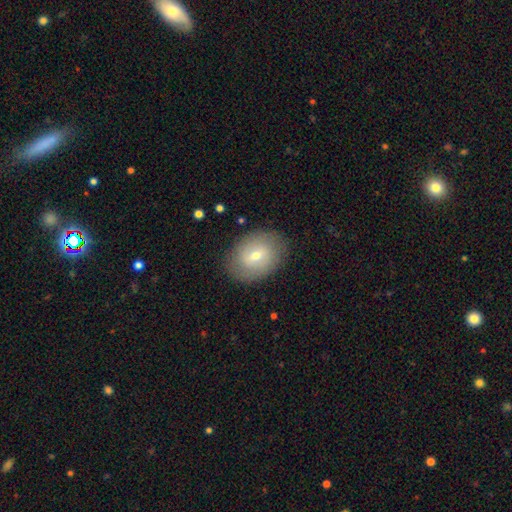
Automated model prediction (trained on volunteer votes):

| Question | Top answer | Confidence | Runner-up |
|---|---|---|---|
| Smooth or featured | smooth | 57% | featured or disk (35%) |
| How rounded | in between | 67% | round (32%) |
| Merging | none | 85% | minor disturbance (11%) |